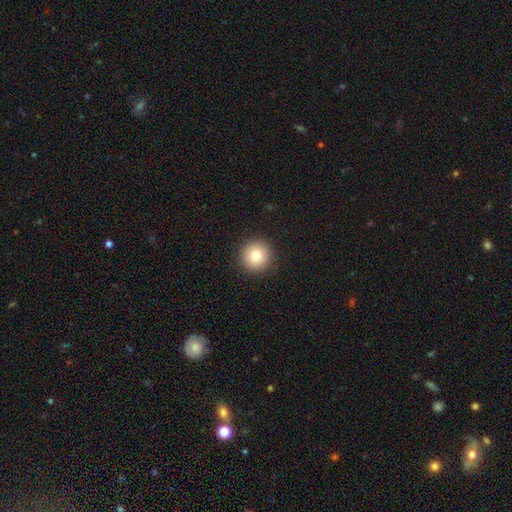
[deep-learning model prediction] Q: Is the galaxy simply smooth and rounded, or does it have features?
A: smooth — 82%.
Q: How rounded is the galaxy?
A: round — 95%.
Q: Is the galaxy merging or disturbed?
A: none — 92%.